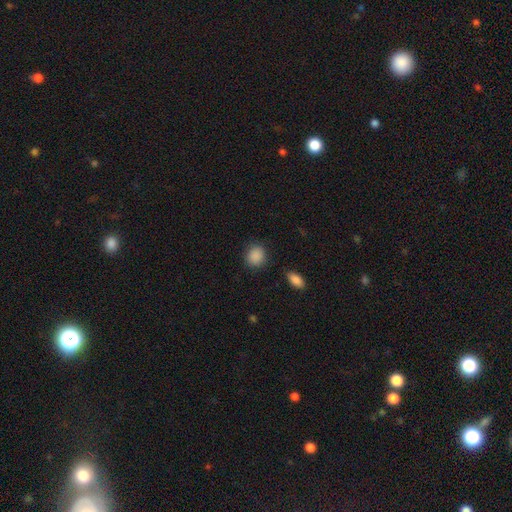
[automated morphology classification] Smooth or featured?
  - smooth: 89% *
  - star or artifact: 8%
  - featured or disk: 3%
How rounded?
  - round: 73% *
  - in between: 25%
  - cigar-shaped: 1%
Merging?
  - none: 85% *
  - minor disturbance: 10%
  - major disturbance: 3%
  - merger: 2%